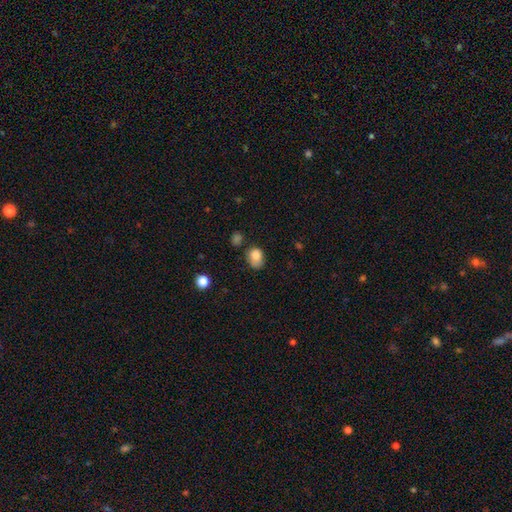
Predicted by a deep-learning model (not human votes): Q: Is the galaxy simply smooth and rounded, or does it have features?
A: smooth — 82%.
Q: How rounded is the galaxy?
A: in between — 64%.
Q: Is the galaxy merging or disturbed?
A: none — 47%.